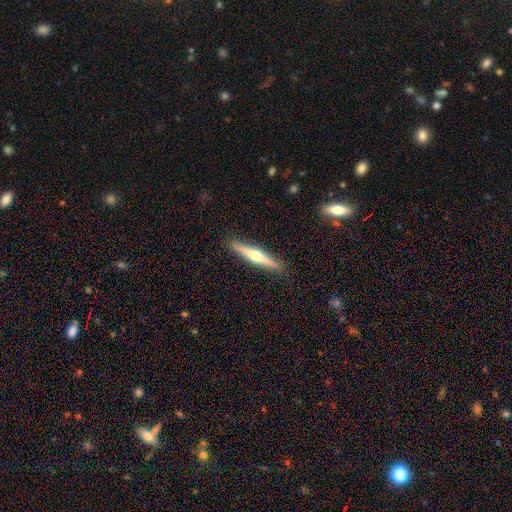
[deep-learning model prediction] The model was most divided on "smooth or featured": featured or disk: 68%, smooth: 27%, star or artifact: 5%. More confident: edge-on disk — yes (98%); edge-on bulge — rounded (91%); merging — none (91%).